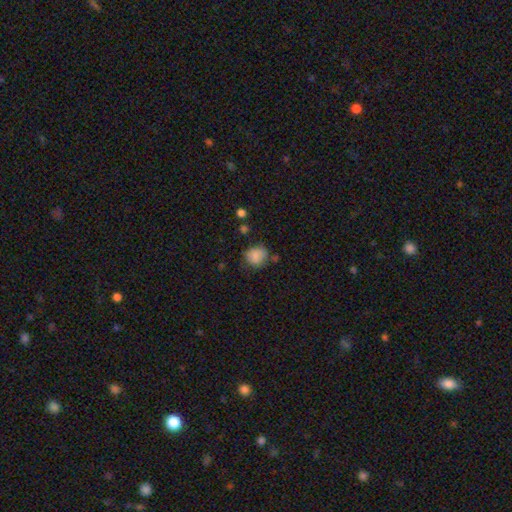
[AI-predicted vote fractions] Overall: smooth (84%). How rounded: round (79%). Merging: none (66%).